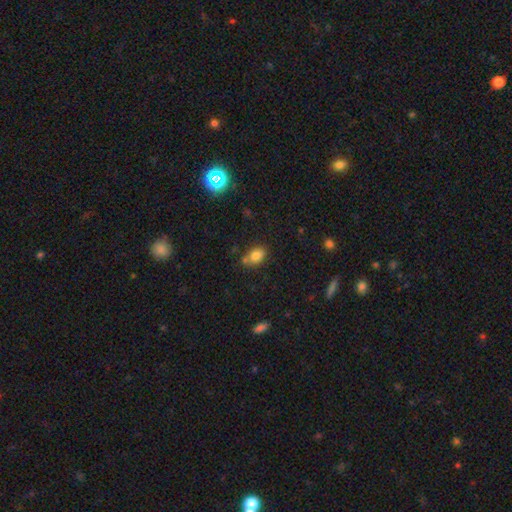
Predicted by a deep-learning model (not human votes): Smooth or featured? smooth (79%)
How rounded? in between (78%)
Merging? none (64%)